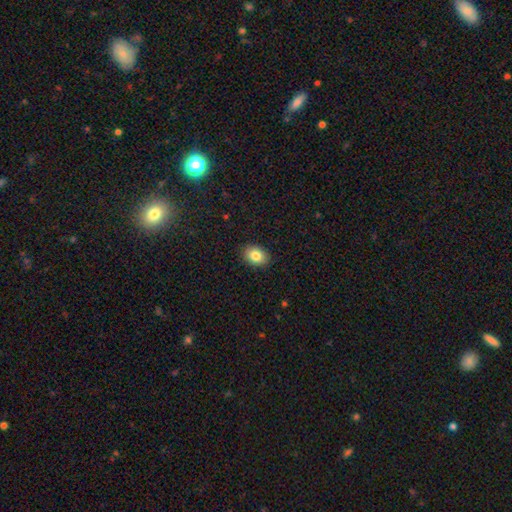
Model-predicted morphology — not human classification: Overall: smooth (84%). How rounded: in between (67%; round 32%). Merging: none (90%).